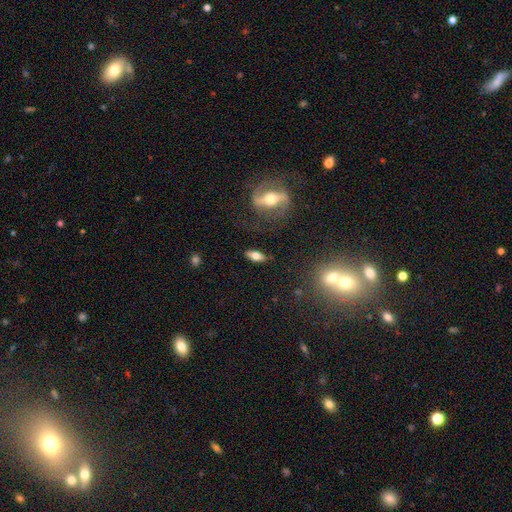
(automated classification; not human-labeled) The model was most divided on "smooth or featured": smooth: 57%, featured or disk: 34%, star or artifact: 9%. More confident: merging — none (84%); how rounded — in between (73%).